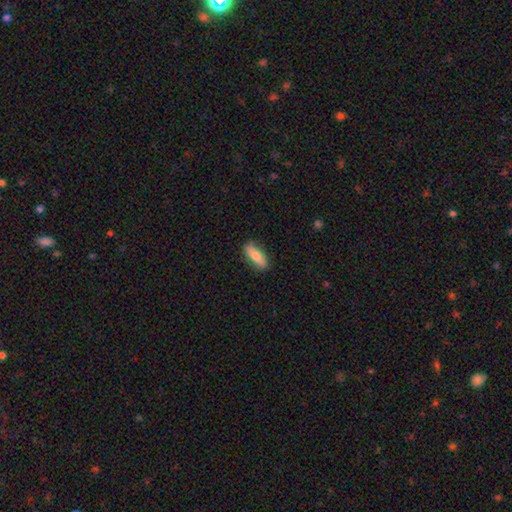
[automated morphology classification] Overall: smooth (76%). How rounded: in between (62%; cigar-shaped 35%). Merging: none (86%).